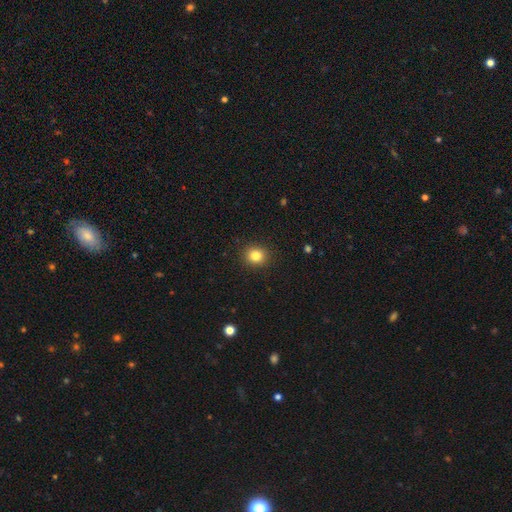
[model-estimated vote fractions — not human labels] smooth_or_featured: smooth (p=0.83) [alt: star or artifact p=0.11]
how_rounded: round (p=0.83) [alt: in between p=0.16]
merging: none (p=0.91) [alt: minor disturbance p=0.06]